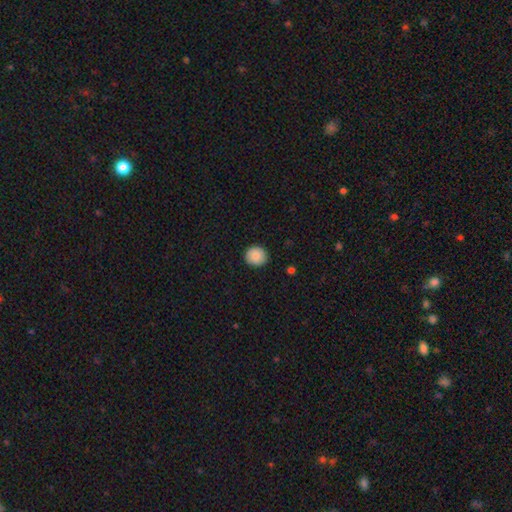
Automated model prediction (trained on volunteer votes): A smooth galaxy with no disk features (86%) that is round (90%).

Vote fractions:
- Smooth or featured? smooth: 86% / star or artifact: 8% / featured or disk: 6%
- How rounded? round: 90% / in between: 10% / cigar-shaped: 1%
- Merging? none: 90% / minor disturbance: 7% / major disturbance: 2% / merger: 1%